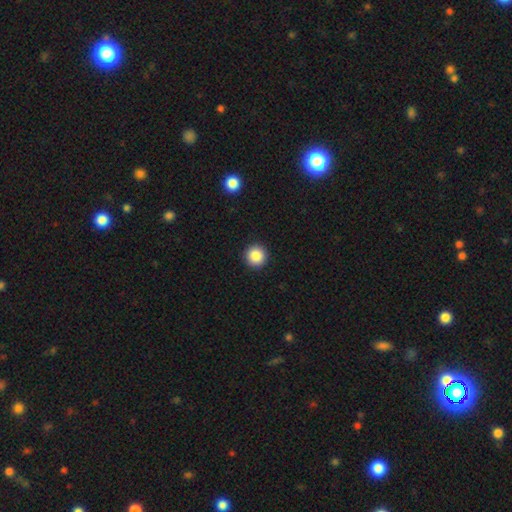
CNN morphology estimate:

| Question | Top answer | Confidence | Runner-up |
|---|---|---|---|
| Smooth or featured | smooth | 86% | star or artifact (9%) |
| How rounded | round | 96% | in between (3%) |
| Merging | none | 93% | minor disturbance (4%) |